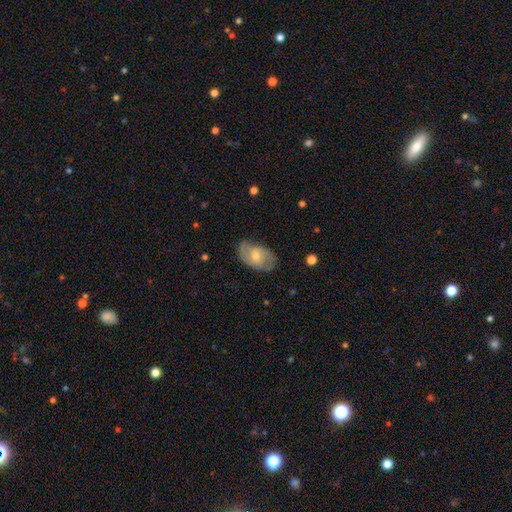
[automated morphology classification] Smooth or featured?
  - featured or disk: 54% *
  - smooth: 39%
  - star or artifact: 7%
Edge-on disk?
  - no: 93% *
  - yes: 7%
Bar?
  - no: 62% *
  - weak: 31%
  - strong: 7%
Spiral arms?
  - yes: 72% *
  - no: 28%
Bulge size?
  - small: 49% *
  - moderate: 47%
  - large: 2%
  - none: 1%
  - dominant: 1%
Merging?
  - none: 74% *
  - minor disturbance: 20%
  - major disturbance: 5%
  - merger: 1%